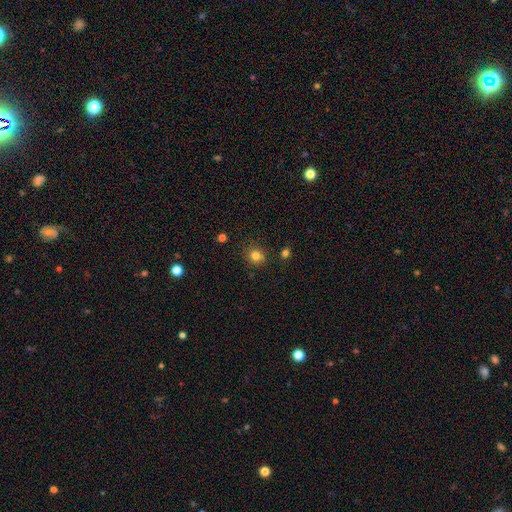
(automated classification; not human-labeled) A smooth galaxy with no disk features (81%) that is round (85%).

Vote fractions:
- Smooth or featured? smooth: 81% / star or artifact: 14% / featured or disk: 6%
- How rounded? round: 85% / in between: 14% / cigar-shaped: 1%
- Merging? none: 81% / minor disturbance: 12% / merger: 4% / major disturbance: 3%